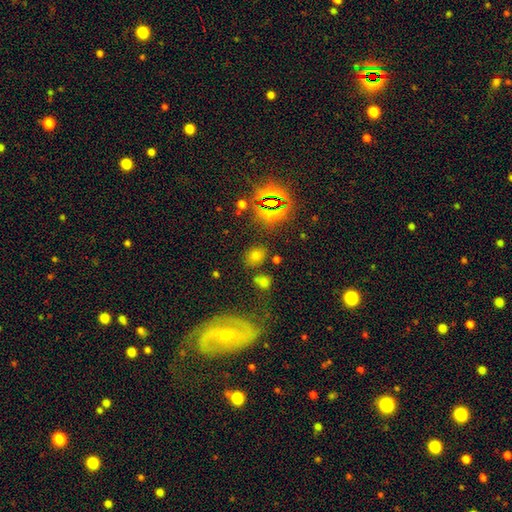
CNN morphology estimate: smooth_or_featured: smooth (p=0.66) [alt: star or artifact p=0.25]
how_rounded: in between (p=0.62) [alt: round p=0.36]
merging: none (p=0.76) [alt: minor disturbance p=0.12]